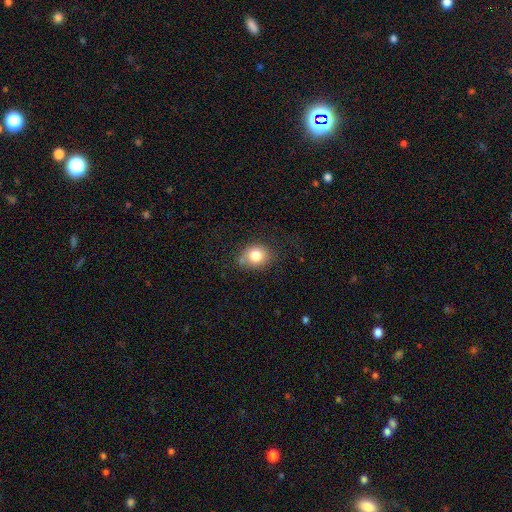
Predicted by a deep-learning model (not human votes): A smooth galaxy with no disk features (81%) that is round (62%). Merging: none (70%).